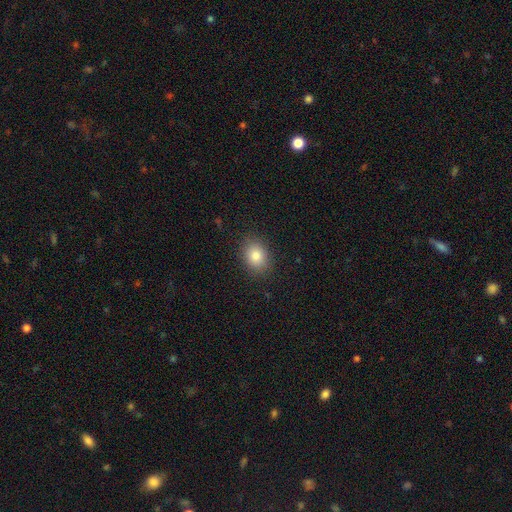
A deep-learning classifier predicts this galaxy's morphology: Smooth or featured: smooth — 83% (star or artifact — 10%)
How rounded: in between — 62% (round — 37%)
Merging: none — 87% (minor disturbance — 9%)